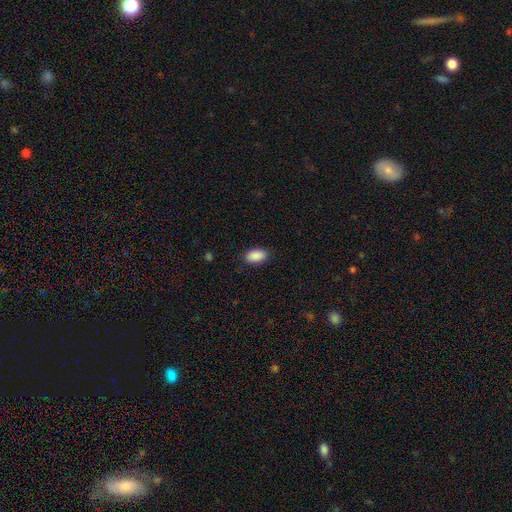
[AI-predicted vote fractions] This appears to be a smooth galaxy with no disk features (91%) that is in between round and cigar-shaped (94%). Merging: none (87%).